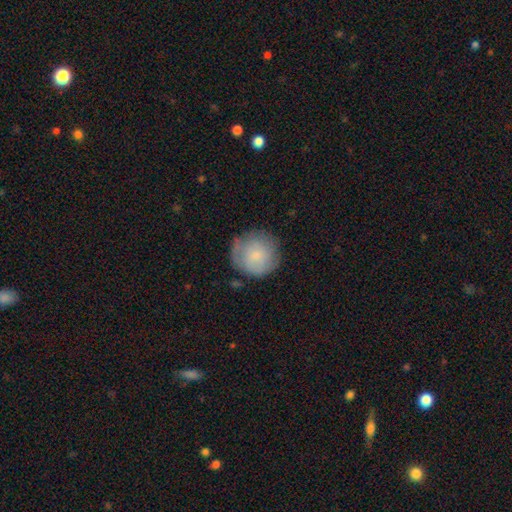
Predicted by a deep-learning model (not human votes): The model was most divided on "merging": none: 72%, minor disturbance: 20%, major disturbance: 6%, merger: 2%. More confident: how rounded — round (93%); smooth or featured — smooth (75%).